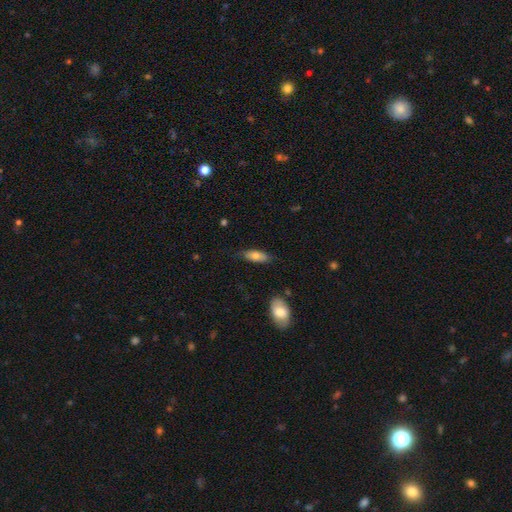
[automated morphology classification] Smooth or featured? Predicted: smooth (p=0.74). How rounded? Predicted: in between (p=0.75). Merging? Predicted: none (p=0.75).